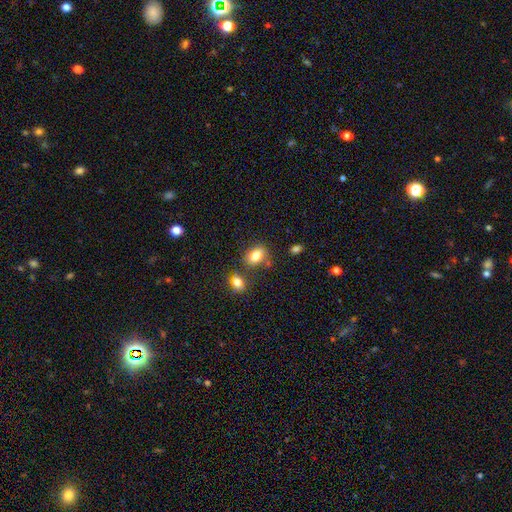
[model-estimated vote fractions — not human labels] Smooth or featured: smooth — 82% (star or artifact — 10%)
How rounded: in between — 75% (round — 24%)
Merging: none — 68% (merger — 15%)